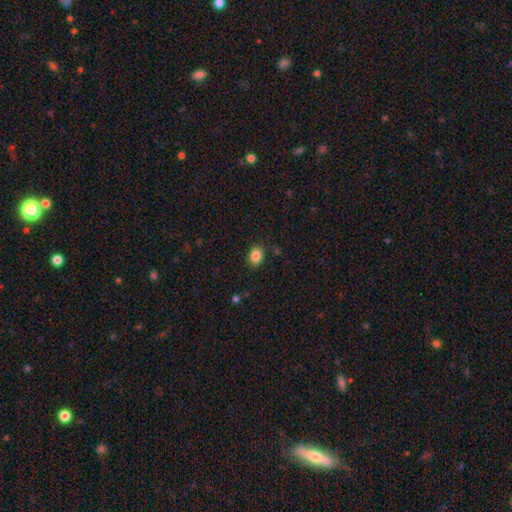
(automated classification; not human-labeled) Overall: smooth (86%). How rounded: in between (51%; round 48%). Merging: none (86%).